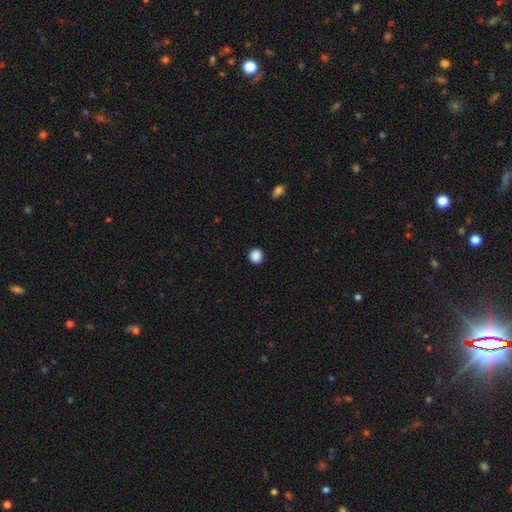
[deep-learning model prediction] Smooth or featured? Predicted: smooth (p=0.89). How rounded? Predicted: round (p=0.90). Merging? Predicted: none (p=0.93).